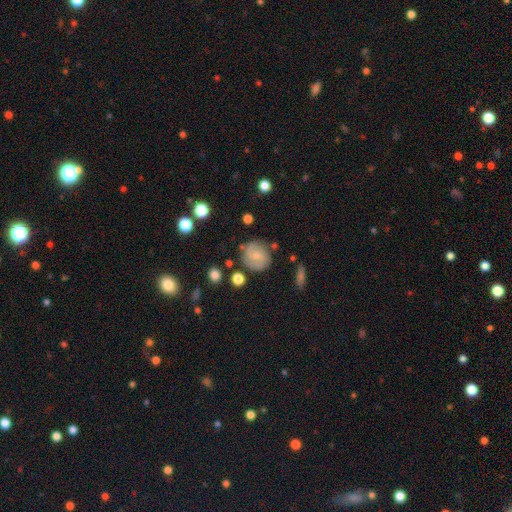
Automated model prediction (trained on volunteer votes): Q: Smooth or featured?
A: featured or disk (53%); runner-up: smooth (39%)
Q: Edge-on disk?
A: no (97%); runner-up: yes (3%)
Q: Bar?
A: no (53%); runner-up: weak (40%)
Q: Spiral arms?
A: yes (86%); runner-up: no (14%)
Q: Bulge size?
A: small (61%); runner-up: moderate (24%)
Q: Merging?
A: none (75%); runner-up: minor disturbance (16%)